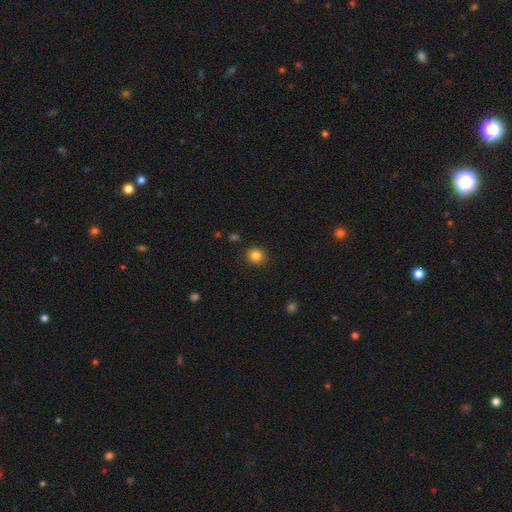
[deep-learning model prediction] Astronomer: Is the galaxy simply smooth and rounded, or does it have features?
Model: smooth — 83%.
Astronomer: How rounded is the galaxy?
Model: round — 88%.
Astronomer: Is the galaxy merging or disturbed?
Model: none — 91%.